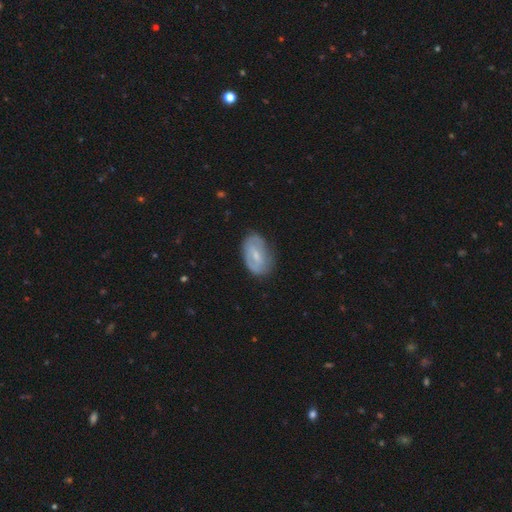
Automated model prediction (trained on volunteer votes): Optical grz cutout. It shows a featured or disk galaxy (53%) with a weak bar (50%), spiral arms (63%) and a small central bulge (57%). Merging: none (70%).